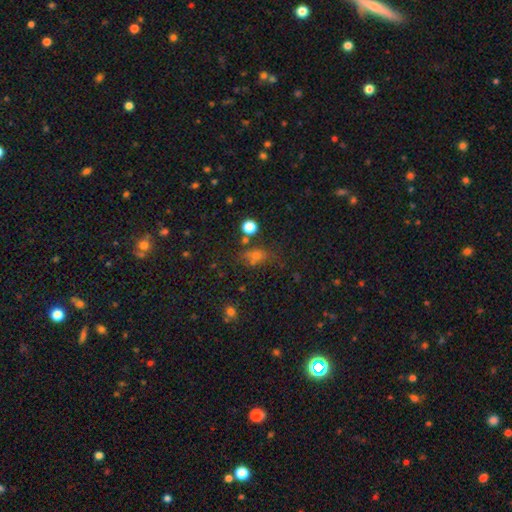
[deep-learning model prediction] smooth 52%, star or artifact 37%, featured or disk 11%. Down the decision tree: how rounded — in between (59%); merging — none (63%).